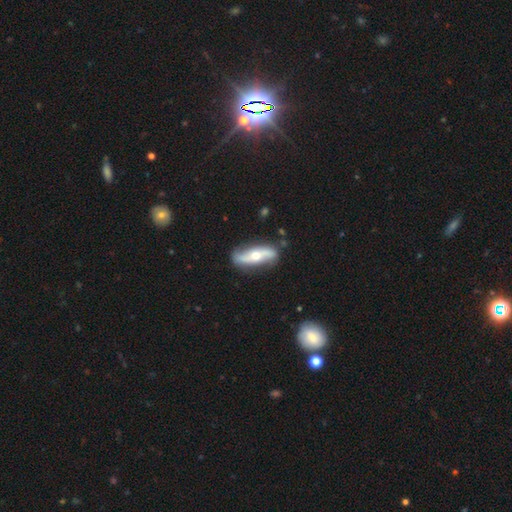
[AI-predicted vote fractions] Smooth or featured? Predicted: featured or disk (p=0.72). Edge-on disk? Predicted: no (p=0.71). Bar? Predicted: no (p=0.52). Spiral arms? Predicted: yes (p=0.83). Bulge size? Predicted: moderate (p=0.63). Merging? Predicted: none (p=0.80).